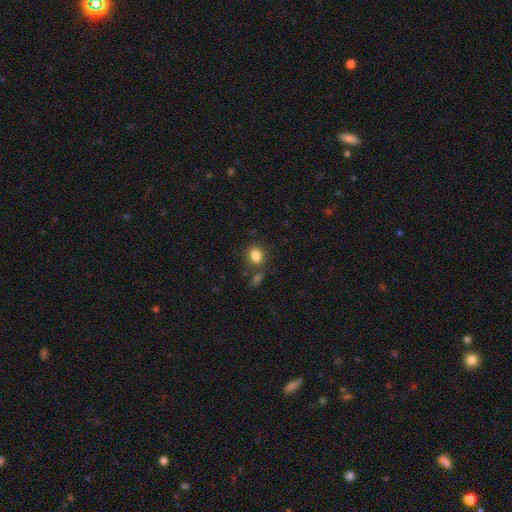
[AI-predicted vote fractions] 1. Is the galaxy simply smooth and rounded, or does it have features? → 84% smooth, 10% star or artifact, 6% featured or disk.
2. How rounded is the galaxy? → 65% in between, 34% round, 1% cigar-shaped.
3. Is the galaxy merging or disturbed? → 71% none, 13% minor disturbance, 11% merger, 4% major disturbance.